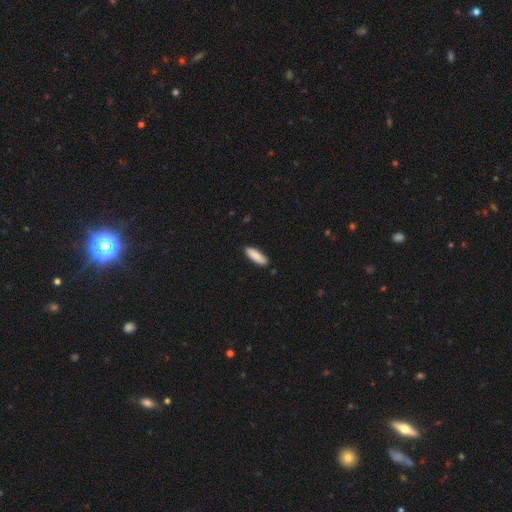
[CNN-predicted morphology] Smooth or featured: smooth — 87% (featured or disk — 7%)
How rounded: cigar-shaped — 53% (in between — 46%)
Merging: none — 88% (minor disturbance — 10%)